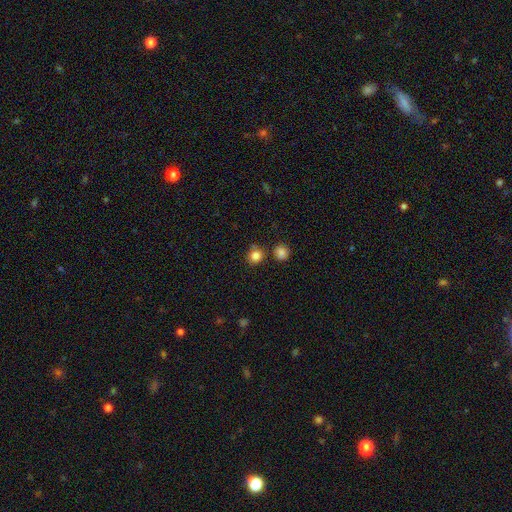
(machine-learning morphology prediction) This appears to be a smooth galaxy with no disk features (83%) that is round (89%). Merging: none (76%).